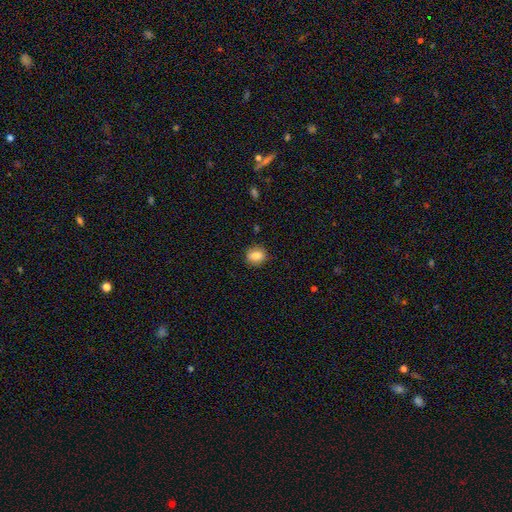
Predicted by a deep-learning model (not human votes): Smooth or featured? smooth (83%)
How rounded? round (64%)
Merging? none (87%)